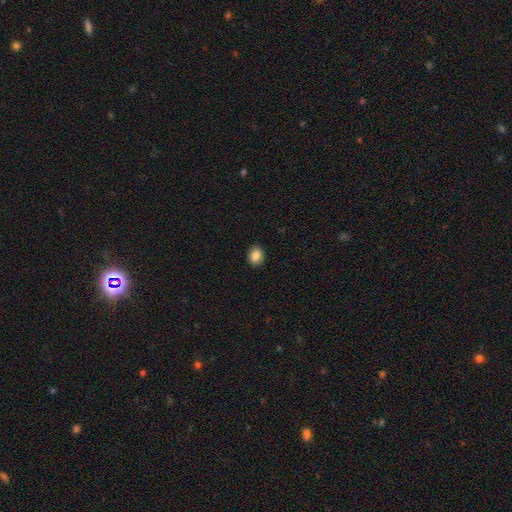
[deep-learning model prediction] Smooth or featured? smooth (86%)
How rounded? in between (50%)
Merging? none (90%)